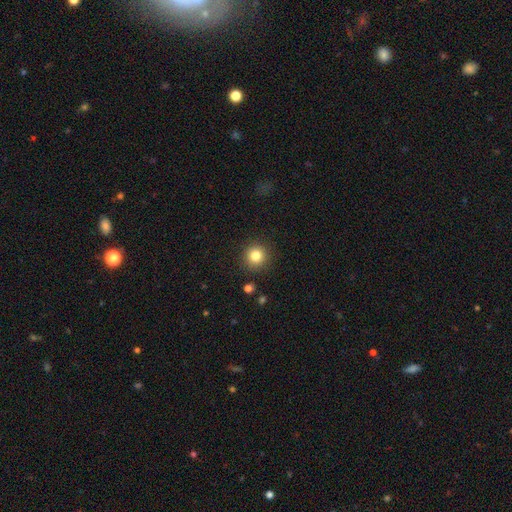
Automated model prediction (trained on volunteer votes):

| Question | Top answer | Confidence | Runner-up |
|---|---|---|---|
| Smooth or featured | smooth | 83% | star or artifact (11%) |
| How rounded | round | 94% | in between (5%) |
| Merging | none | 90% | minor disturbance (6%) |